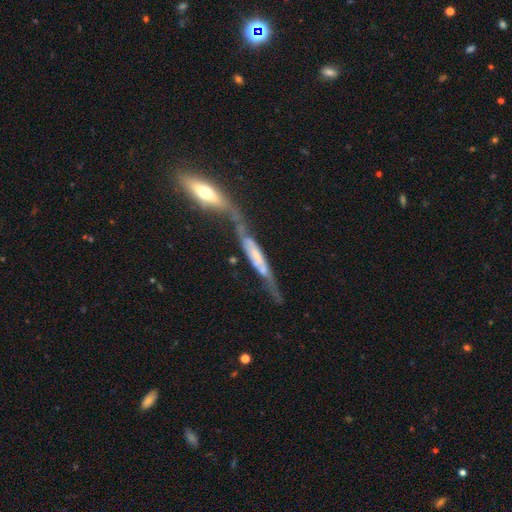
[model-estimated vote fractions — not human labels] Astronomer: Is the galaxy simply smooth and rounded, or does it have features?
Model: featured or disk — 71%.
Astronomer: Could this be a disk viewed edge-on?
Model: yes — 81%.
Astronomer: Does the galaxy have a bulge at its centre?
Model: rounded — 49% (runner-up: none, 29%).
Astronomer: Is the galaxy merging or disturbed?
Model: merger — 43% (runner-up: none, 38%).